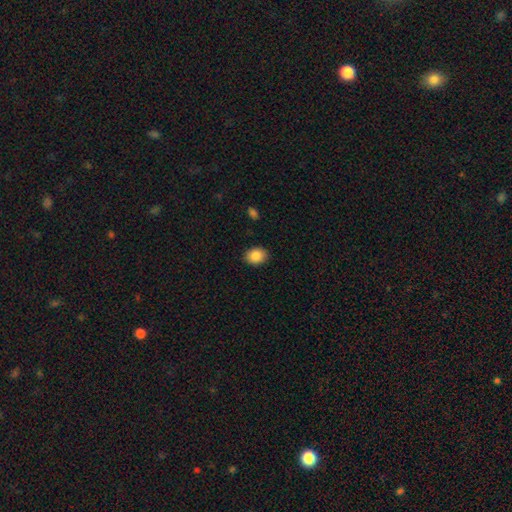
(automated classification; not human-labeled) Smooth or featured: smooth — 88% (star or artifact — 8%)
How rounded: in between — 59% (round — 40%)
Merging: none — 88% (minor disturbance — 9%)